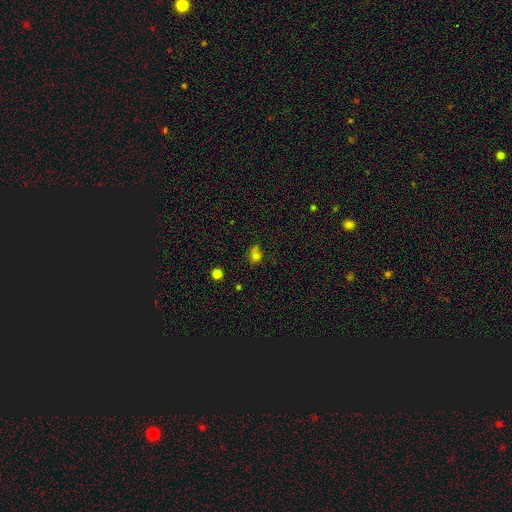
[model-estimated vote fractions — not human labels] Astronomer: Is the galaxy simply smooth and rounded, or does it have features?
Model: smooth — 69%.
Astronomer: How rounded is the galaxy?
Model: in between — 54% (runner-up: round, 44%).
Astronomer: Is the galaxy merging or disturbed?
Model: none — 46% (runner-up: minor disturbance, 27%).